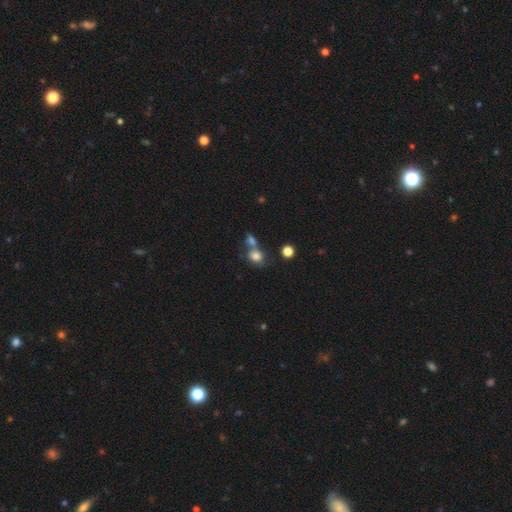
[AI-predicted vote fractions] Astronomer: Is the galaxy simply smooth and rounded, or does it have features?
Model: smooth — 78%.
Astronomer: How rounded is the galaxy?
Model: round — 55% (runner-up: in between, 43%).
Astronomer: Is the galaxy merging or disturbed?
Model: none — 41%, tied with merger at 41%.